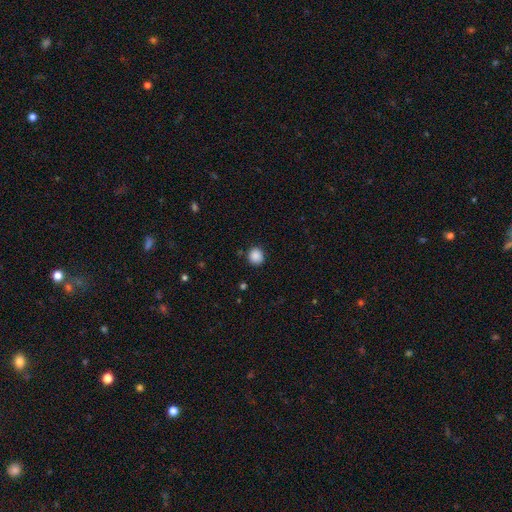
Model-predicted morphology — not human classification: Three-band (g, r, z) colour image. It shows a smooth galaxy with no disk features (88%) that is round (89%). Merging: none (88%).